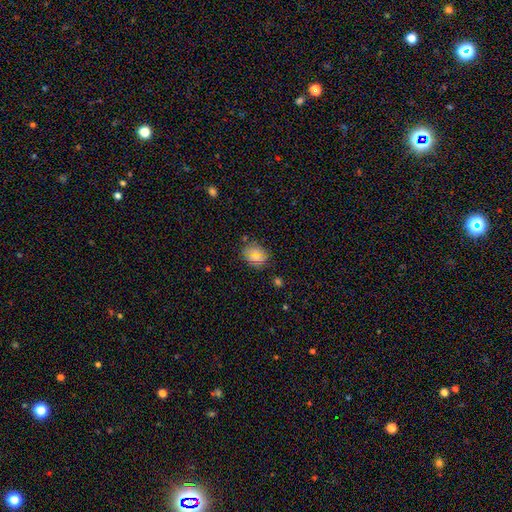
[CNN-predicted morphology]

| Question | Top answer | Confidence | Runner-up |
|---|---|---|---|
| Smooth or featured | smooth | 76% | star or artifact (12%) |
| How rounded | in between | 61% | round (38%) |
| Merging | none | 75% | minor disturbance (18%) |